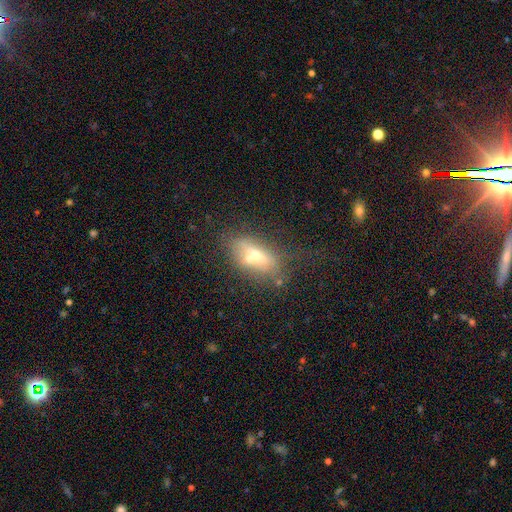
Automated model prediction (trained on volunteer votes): This appears to be a smooth galaxy with no disk features (48%). Merging: none (45%).